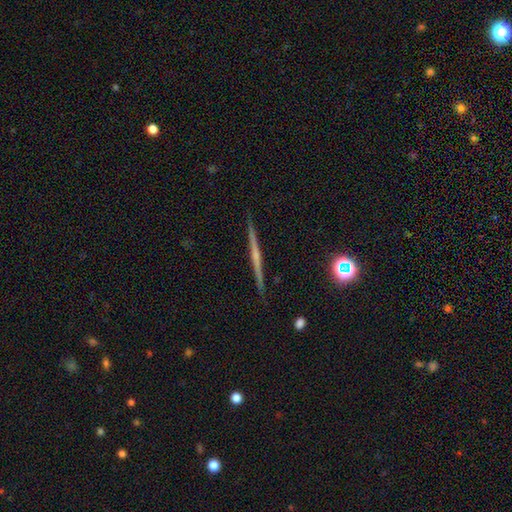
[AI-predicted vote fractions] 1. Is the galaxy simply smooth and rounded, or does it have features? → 71% featured or disk, 21% smooth, 8% star or artifact.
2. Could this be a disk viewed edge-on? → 98% yes, 2% no.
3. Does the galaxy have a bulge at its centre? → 53% none, 39% rounded, 8% boxy.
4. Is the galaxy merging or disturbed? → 92% none, 6% minor disturbance, 1% major disturbance, 1% merger.